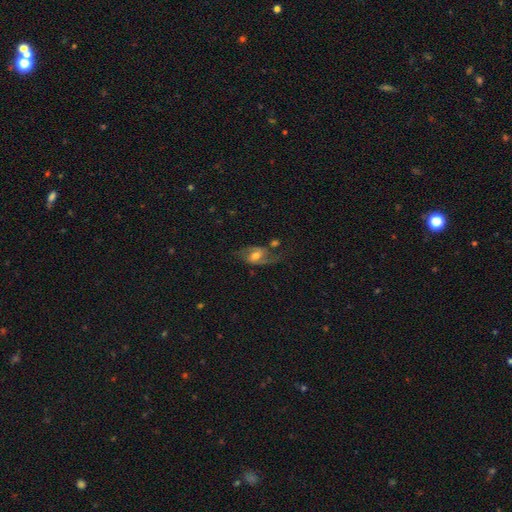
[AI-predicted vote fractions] smooth-or-featured: featured or disk: 70% | smooth: 22% | star or artifact: 8%
  disk-edge-on: no: 95% | yes: 5%
    bar: weak: 46% | no: 37% | strong: 17%
    has-spiral-arms: yes: 88% | no: 12%
      spiral-winding: loose: 53% | medium: 37% | tight: 10%
      spiral-arm-count: 2: 87% | can't tell: 5% | 1: 5% | 3: 1% | 4: 1% | more than 4: 1%
    bulge-size: moderate: 64% | small: 20% | large: 12% | none: 3% | dominant: 2%
  merging: none: 51% | minor disturbance: 19% | major disturbance: 19% | merger: 10%